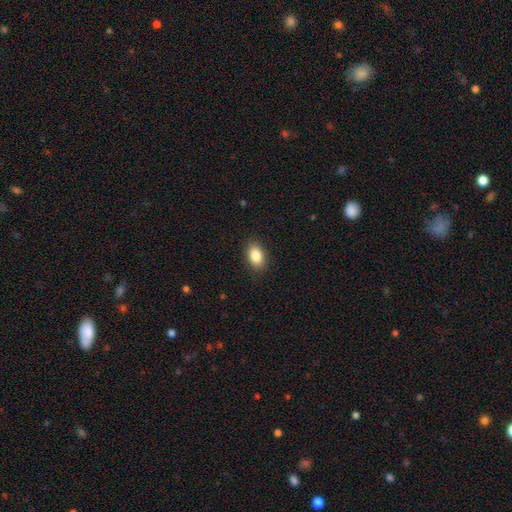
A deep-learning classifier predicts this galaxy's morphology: This appears to be a smooth galaxy with no disk features (86%) that is in between round and cigar-shaped (86%). Merging: none (88%).